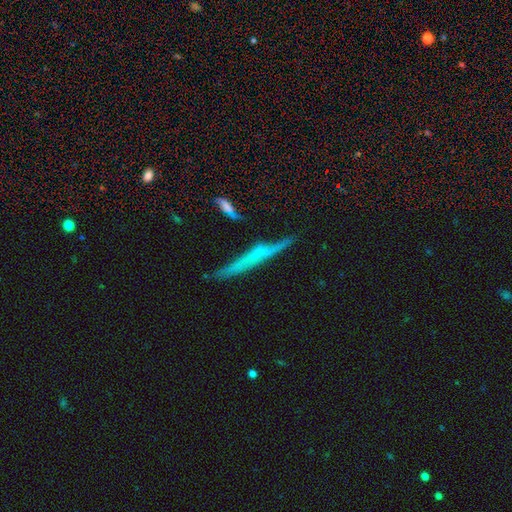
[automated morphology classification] This appears to be a featured or disk galaxy (53%) viewed edge-on (88%). Merging: none (60%).